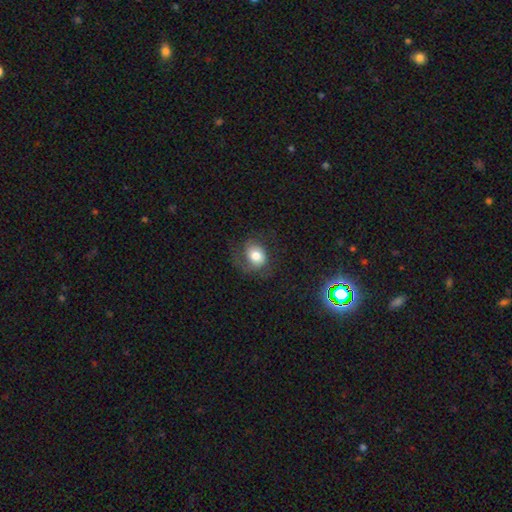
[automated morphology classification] Smooth or featured: smooth — 60% (featured or disk — 30%)
How rounded: round — 55% (in between — 44%)
Merging: none — 53% (major disturbance — 23%)